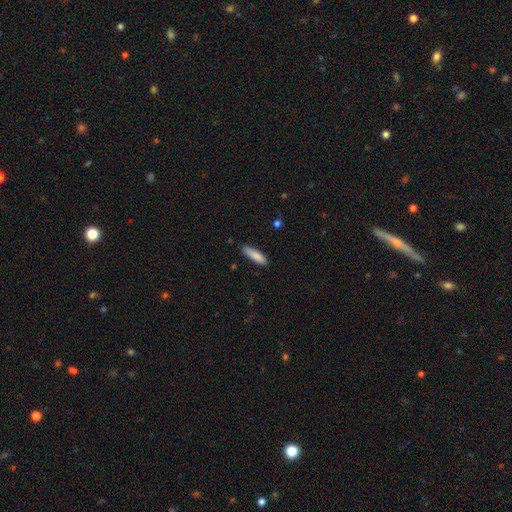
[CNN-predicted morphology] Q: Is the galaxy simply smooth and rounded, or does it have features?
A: smooth — 85%.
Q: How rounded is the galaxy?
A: cigar-shaped — 70%.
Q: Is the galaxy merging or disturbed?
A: none — 81%.